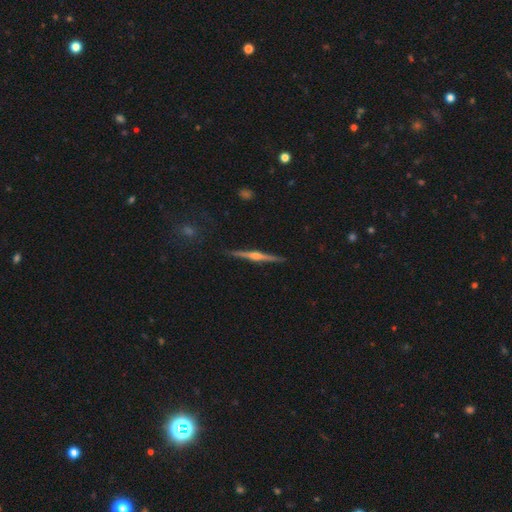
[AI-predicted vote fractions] Overall: featured or disk (83%). Edge-on disk: yes (99%). Edge-on bulge: rounded (91%). Merging: none (91%).